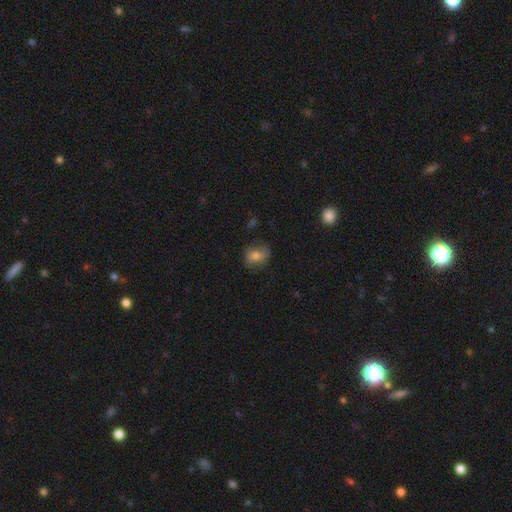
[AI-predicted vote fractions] A smooth galaxy with no disk features (67%) that is in between round and cigar-shaped (51%). Merging: none (67%).